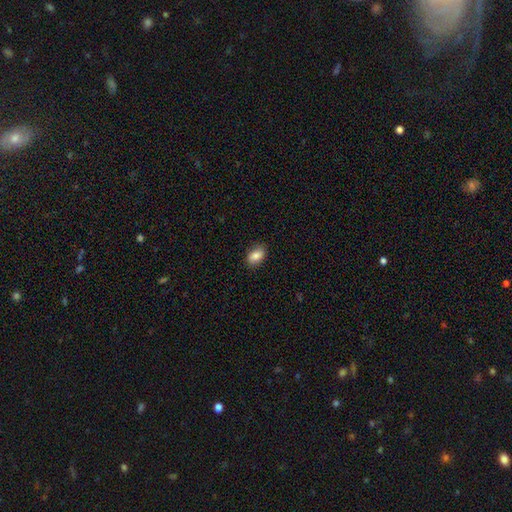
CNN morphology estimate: Smooth or featured: smooth — 85% (star or artifact — 8%)
How rounded: in between — 87% (round — 11%)
Merging: none — 85% (minor disturbance — 12%)